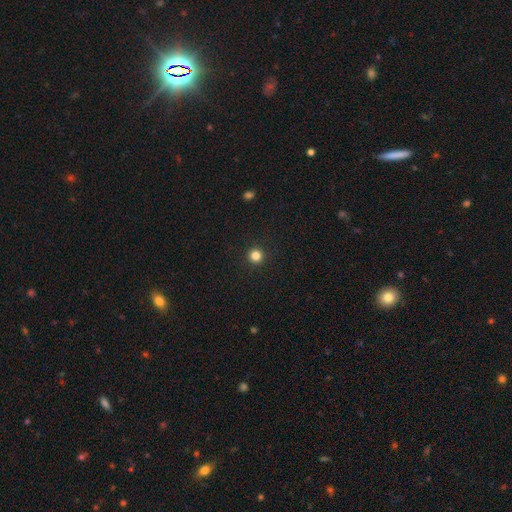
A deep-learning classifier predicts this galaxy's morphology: Q: Smooth or featured?
A: smooth (83%); runner-up: star or artifact (13%)
Q: How rounded?
A: round (96%); runner-up: in between (3%)
Q: Merging?
A: none (94%); runner-up: minor disturbance (4%)